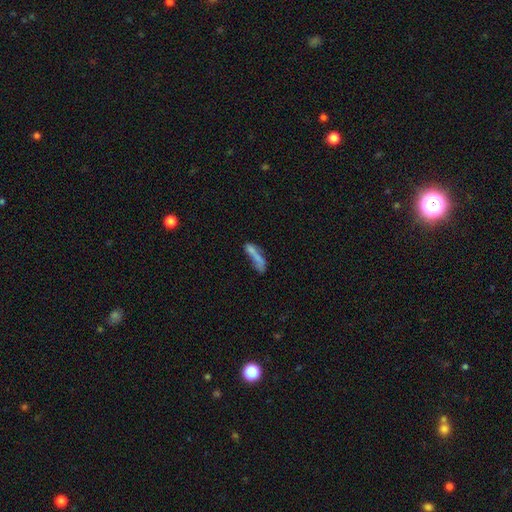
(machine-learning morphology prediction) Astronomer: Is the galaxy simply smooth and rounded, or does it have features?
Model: smooth — 60%.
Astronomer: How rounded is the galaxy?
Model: cigar-shaped — 73%.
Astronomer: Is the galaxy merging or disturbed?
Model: none — 33% (runner-up: merger, 31%).